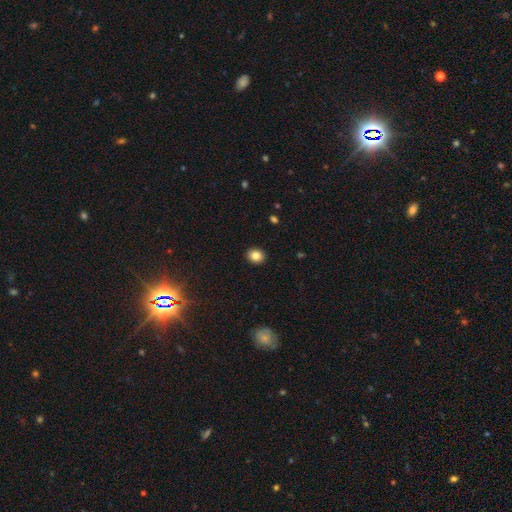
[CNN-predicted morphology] Smooth or featured: smooth — 84% (star or artifact — 10%)
How rounded: round — 66% (in between — 33%)
Merging: none — 92% (minor disturbance — 6%)